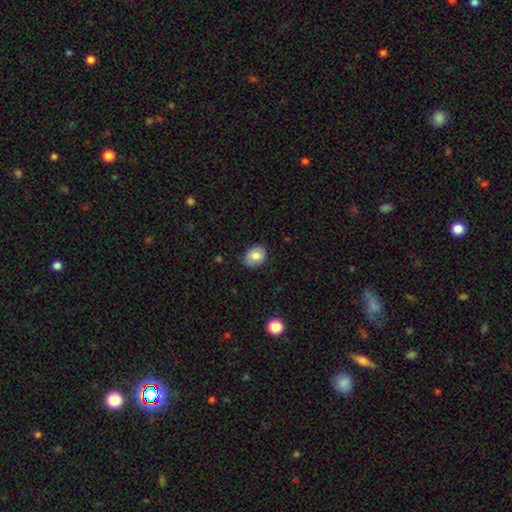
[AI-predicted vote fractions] The model was most divided on "how rounded": in between: 66%, round: 33%, cigar-shaped: 1%. More confident: merging — none (79%); smooth or featured — smooth (79%).